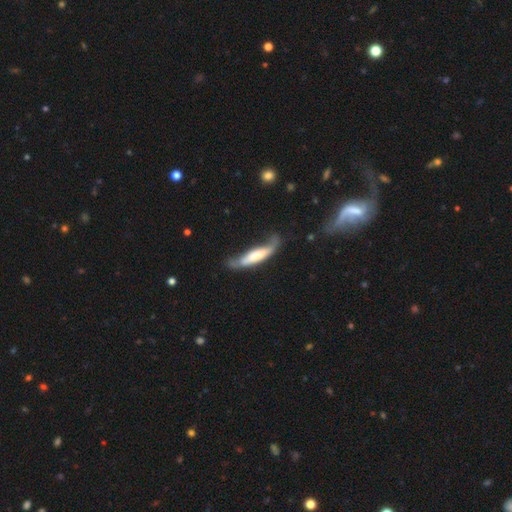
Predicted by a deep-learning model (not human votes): smooth_or_featured: smooth (p=0.55) [alt: featured or disk p=0.40]
how_rounded: cigar-shaped (p=0.78) [alt: in between p=0.21]
merging: none (p=0.38) [alt: minor disturbance p=0.35]